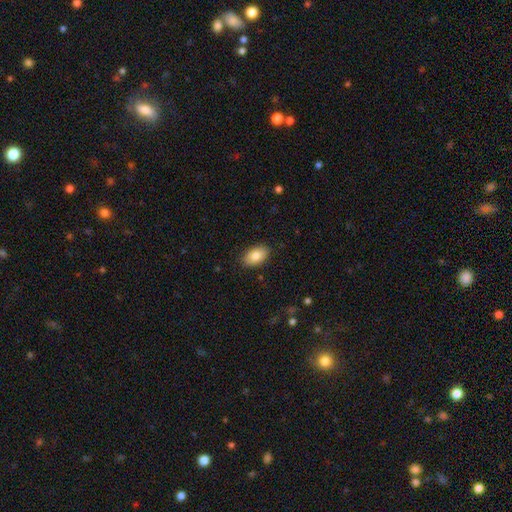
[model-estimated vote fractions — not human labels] Smooth or featured: smooth — 84% (featured or disk — 9%)
How rounded: in between — 92% (round — 6%)
Merging: none — 88% (minor disturbance — 9%)